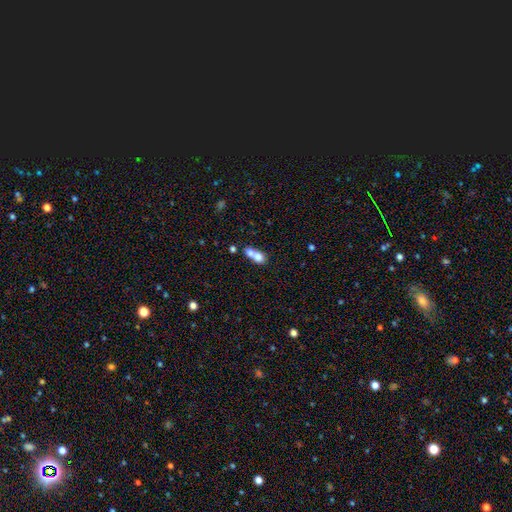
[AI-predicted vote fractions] A smooth galaxy with no disk features (72%) that is round (50%).

Vote fractions:
- Smooth or featured? smooth: 72% / featured or disk: 19% / star or artifact: 10%
- How rounded? round: 50% / in between: 47% / cigar-shaped: 3%
- Merging? merger: 73% / none: 19% / minor disturbance: 5% / major disturbance: 3%